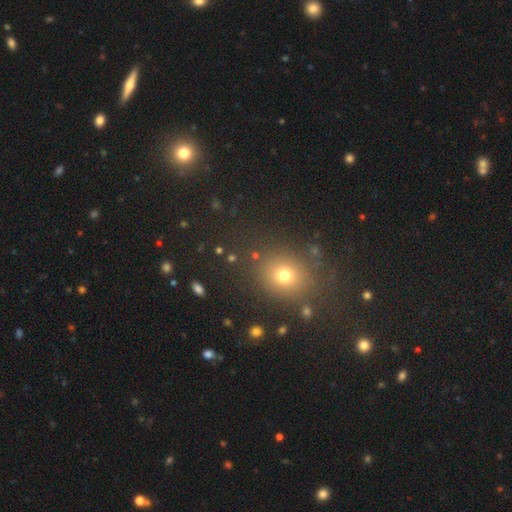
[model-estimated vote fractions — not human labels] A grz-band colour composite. It shows a smooth galaxy with no disk features (68%) that is round (73%). Merging: none (84%).